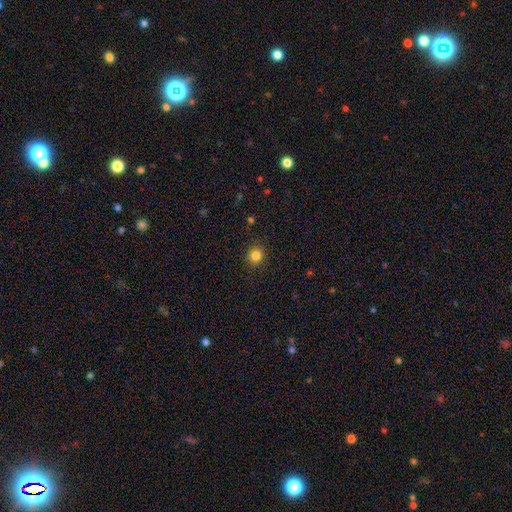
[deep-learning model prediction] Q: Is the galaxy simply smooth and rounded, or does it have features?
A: smooth — 83%.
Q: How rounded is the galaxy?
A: round — 82%.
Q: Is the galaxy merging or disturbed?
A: none — 87%.